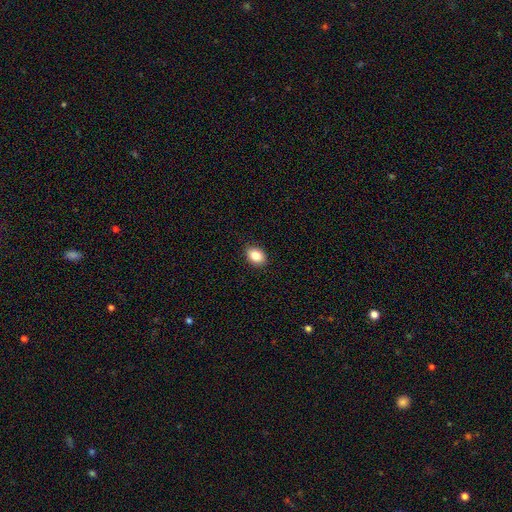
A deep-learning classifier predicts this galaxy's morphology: smooth 86%, star or artifact 8%, featured or disk 6%. Down the decision tree: how rounded — in between (77%); merging — none (90%).